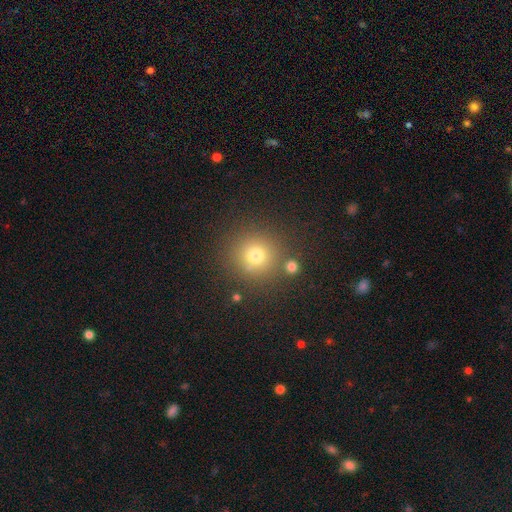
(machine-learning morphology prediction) A smooth galaxy with no disk features (72%) that is round (93%). Merging: none (81%).